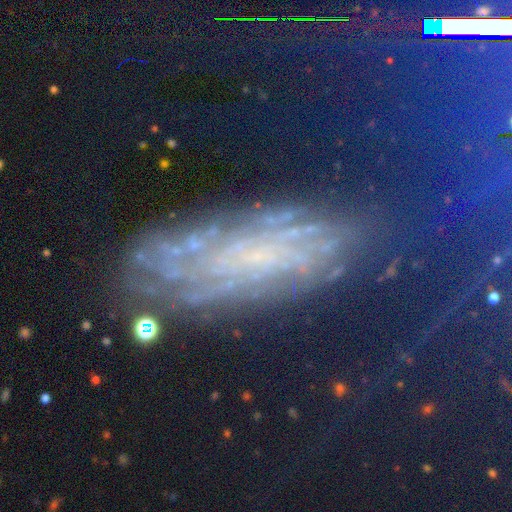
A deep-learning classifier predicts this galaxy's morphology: A featured or disk galaxy (44%).

Vote fractions:
- Smooth or featured? featured or disk: 44% / star or artifact: 34% / smooth: 21%
- Merging? none: 73% / minor disturbance: 17% / major disturbance: 8% / merger: 3%